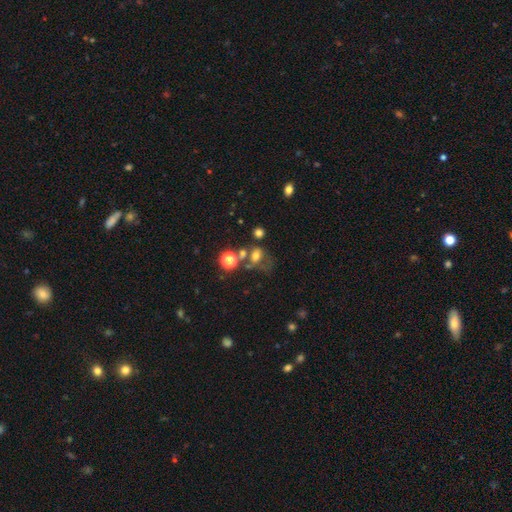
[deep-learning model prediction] Overall: smooth (61%). How rounded: in between (58%; round 40%). Merging: none (34%; merger 25%).